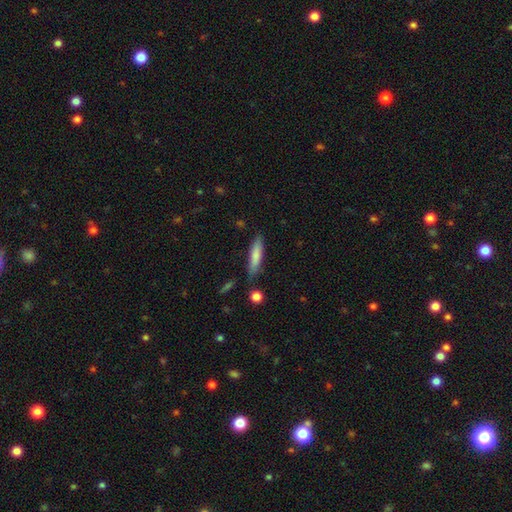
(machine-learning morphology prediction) This appears to be a smooth galaxy with no disk features (79%) that is cigar-shaped (78%). Merging: none (78%).